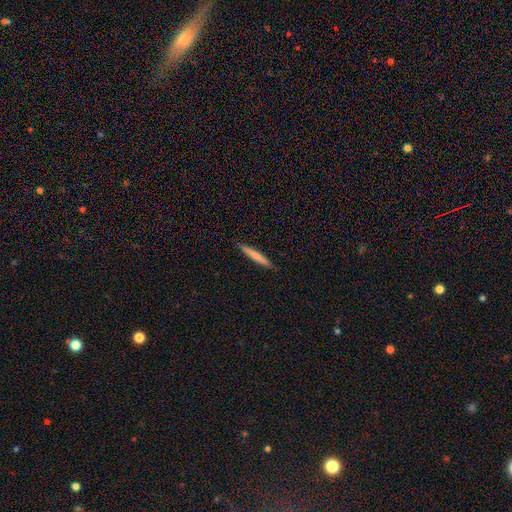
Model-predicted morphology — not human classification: Q: Smooth or featured?
A: smooth (72%); runner-up: featured or disk (23%)
Q: How rounded?
A: cigar-shaped (96%); runner-up: in between (3%)
Q: Merging?
A: none (91%); runner-up: minor disturbance (7%)